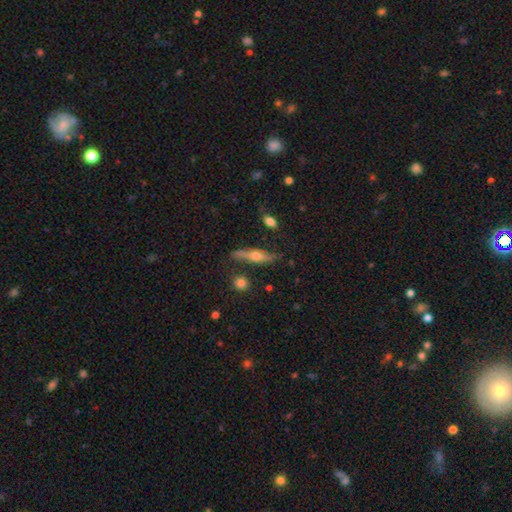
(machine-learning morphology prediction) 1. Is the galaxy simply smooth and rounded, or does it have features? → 61% featured or disk, 31% smooth, 7% star or artifact.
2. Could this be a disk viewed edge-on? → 90% yes, 10% no.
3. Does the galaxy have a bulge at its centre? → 90% rounded, 5% boxy, 5% none.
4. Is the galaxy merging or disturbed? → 76% none, 16% minor disturbance, 4% major disturbance, 4% merger.